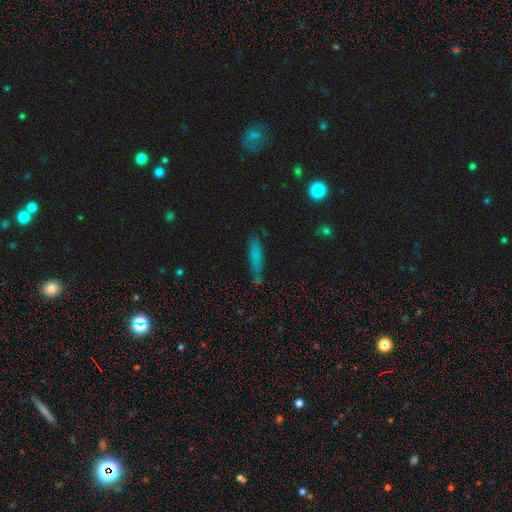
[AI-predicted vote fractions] smooth 76%, featured or disk 12%, star or artifact 11%. Down the decision tree: how rounded — cigar-shaped (72%); merging — none (72%).